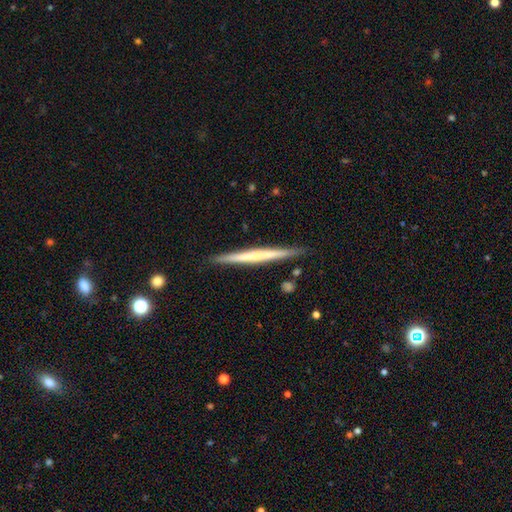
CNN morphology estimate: Smooth or featured? Predicted: featured or disk (p=0.54). Edge-on disk? Predicted: yes (p=0.98). Edge-on bulge? Predicted: none (p=0.82). Merging? Predicted: none (p=0.90).